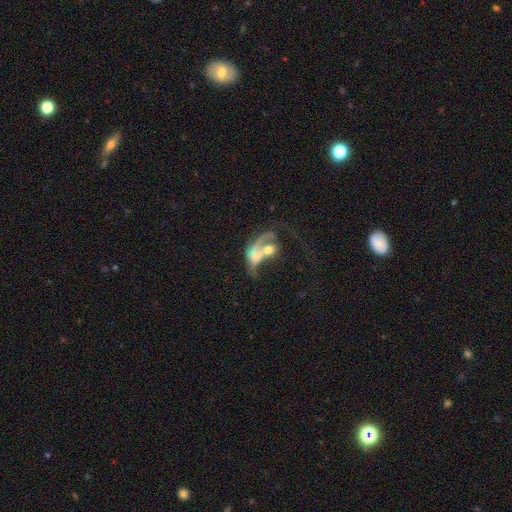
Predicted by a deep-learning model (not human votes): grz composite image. It shows a featured or disk galaxy (55%) with no bar (77%), no spiral arms (52%) and a moderate central bulge (43%). Merging: merger (65%).